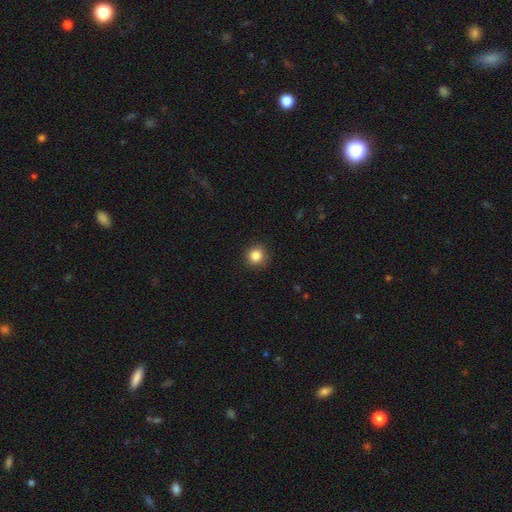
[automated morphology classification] smooth-or-featured: smooth: 85% | star or artifact: 11% | featured or disk: 4%
  how-rounded: round: 93% | in between: 6% | cigar-shaped: 1%
  merging: none: 90% | minor disturbance: 7% | major disturbance: 2% | merger: 1%